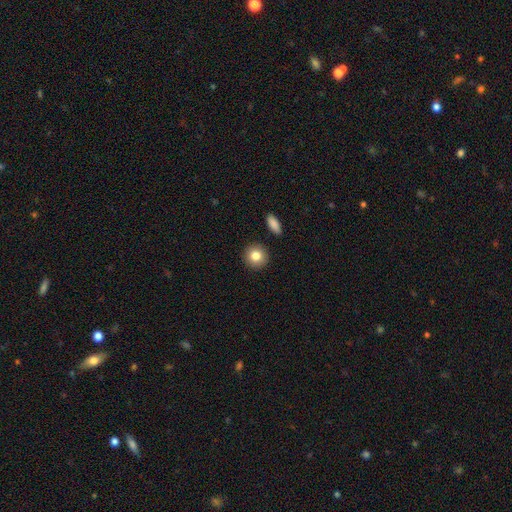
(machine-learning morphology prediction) smooth_or_featured: smooth (p=0.83) [alt: featured or disk p=0.08]
how_rounded: round (p=0.90) [alt: in between p=0.09]
merging: none (p=0.90) [alt: minor disturbance p=0.06]